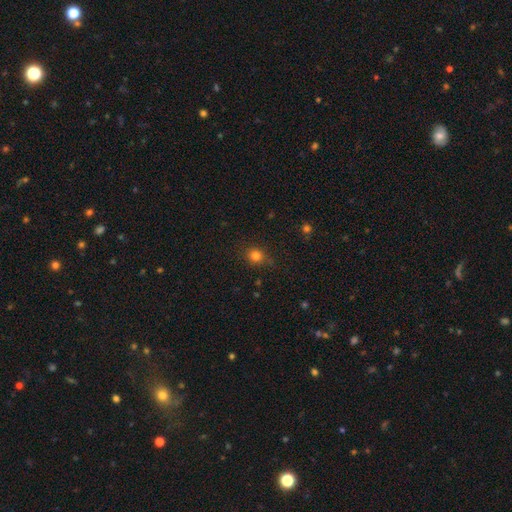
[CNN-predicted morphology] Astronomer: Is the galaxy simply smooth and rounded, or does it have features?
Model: smooth — 81%.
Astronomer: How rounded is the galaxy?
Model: round — 84%.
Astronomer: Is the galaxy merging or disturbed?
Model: none — 82%.